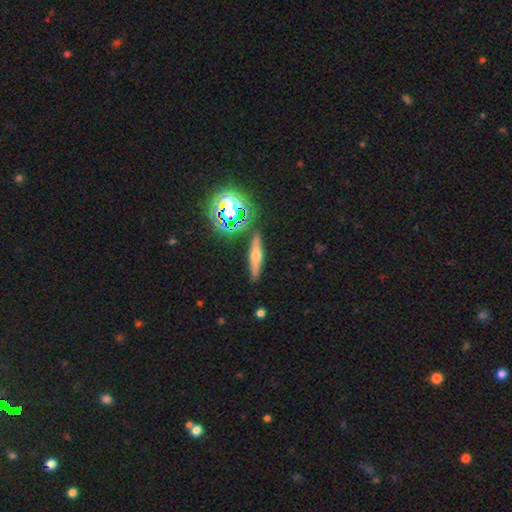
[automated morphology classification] A featured or disk galaxy (48%).

Vote fractions:
- Smooth or featured? featured or disk: 48% / smooth: 35% / star or artifact: 18%
- Merging? none: 87% / minor disturbance: 8% / merger: 3% / major disturbance: 2%